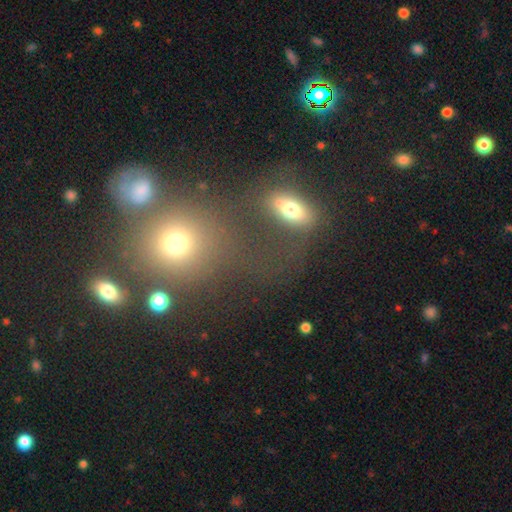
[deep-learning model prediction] Q: Smooth or featured?
A: smooth (55%); runner-up: star or artifact (29%)
Q: How rounded?
A: round (55%); runner-up: in between (41%)
Q: Merging?
A: none (45%); runner-up: merger (30%)